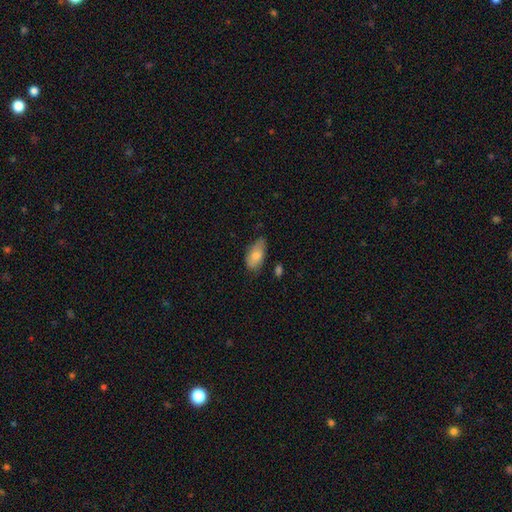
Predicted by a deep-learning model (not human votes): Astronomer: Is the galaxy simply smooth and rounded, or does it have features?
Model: smooth — 74%.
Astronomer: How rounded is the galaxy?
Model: in between — 92%.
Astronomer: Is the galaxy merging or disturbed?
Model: none — 65%.